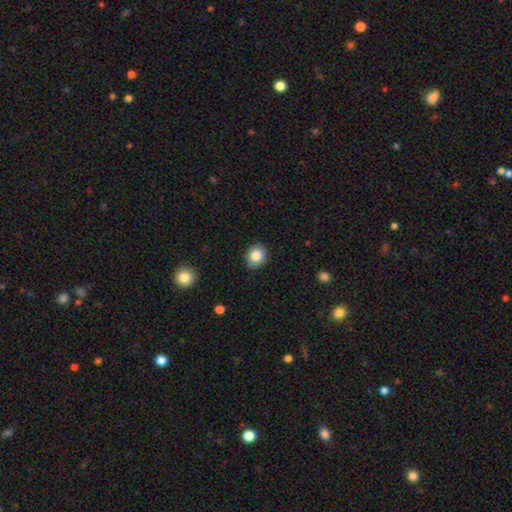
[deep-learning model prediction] Smooth or featured? smooth (84%)
How rounded? round (64%)
Merging? none (82%)